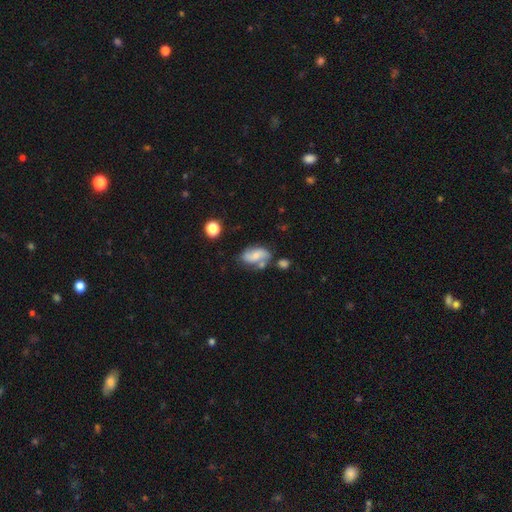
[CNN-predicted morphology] Overall: featured or disk (50%; smooth 41%). Edge-on disk: no (95%). Merging: none (53%; minor disturbance 22%).